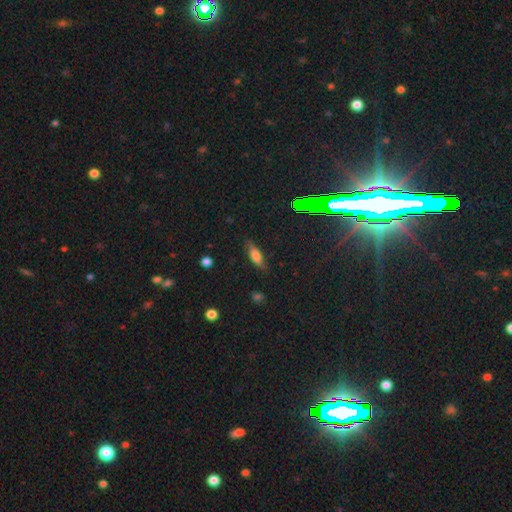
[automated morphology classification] smooth 62%, featured or disk 25%, star or artifact 13%. Down the decision tree: how rounded — in between (58%); merging — none (77%).